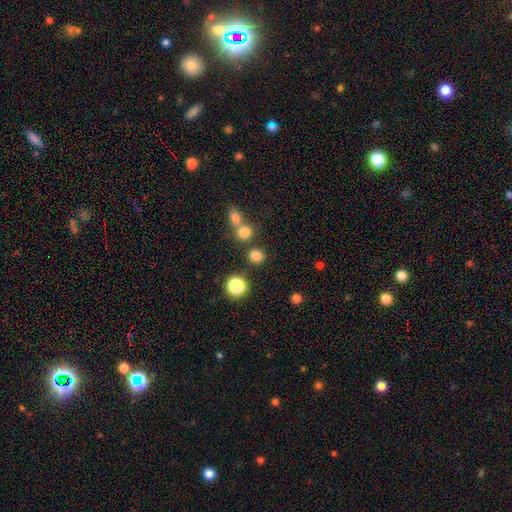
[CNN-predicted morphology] Q: Smooth or featured?
A: smooth (80%); runner-up: star or artifact (15%)
Q: How rounded?
A: round (87%); runner-up: in between (11%)
Q: Merging?
A: none (74%); runner-up: merger (15%)